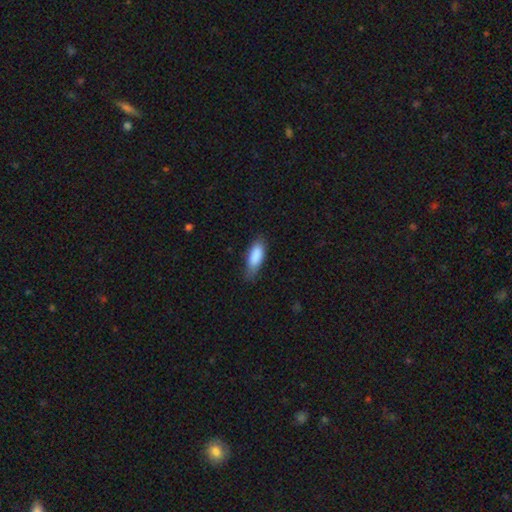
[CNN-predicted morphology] Smooth or featured? Predicted: smooth (p=0.87). How rounded? Predicted: in between (p=0.74). Merging? Predicted: none (p=0.67).